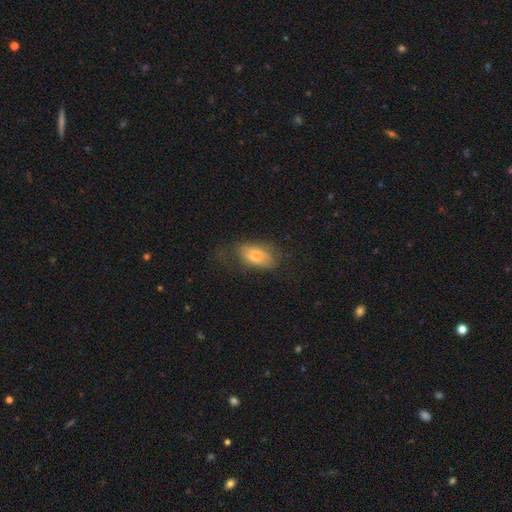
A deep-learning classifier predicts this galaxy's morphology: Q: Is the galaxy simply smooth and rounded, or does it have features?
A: smooth — 70%.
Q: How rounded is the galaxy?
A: in between — 91%.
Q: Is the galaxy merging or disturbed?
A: none — 43%.